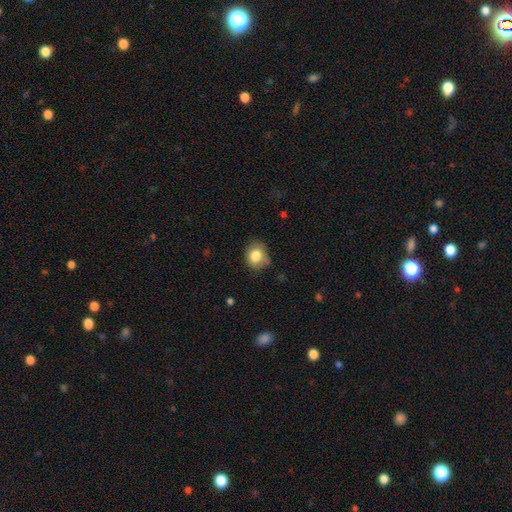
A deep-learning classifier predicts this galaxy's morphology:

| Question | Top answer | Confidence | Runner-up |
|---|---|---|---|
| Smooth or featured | smooth | 82% | featured or disk (9%) |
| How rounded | round | 59% | in between (40%) |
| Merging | none | 65% | minor disturbance (26%) |